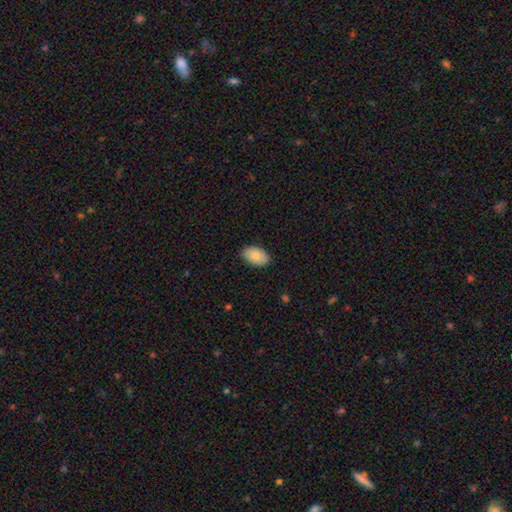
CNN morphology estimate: Smooth or featured? smooth (86%)
How rounded? in between (93%)
Merging? none (85%)